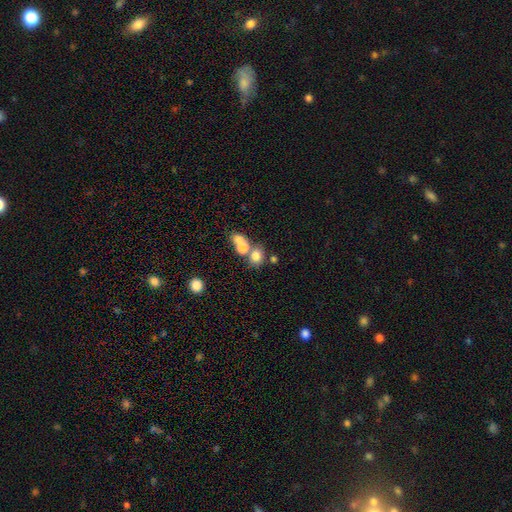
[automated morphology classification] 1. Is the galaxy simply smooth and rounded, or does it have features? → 74% smooth, 14% star or artifact, 11% featured or disk.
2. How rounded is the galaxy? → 65% round, 34% in between, 1% cigar-shaped.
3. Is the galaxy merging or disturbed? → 45% none, 42% merger, 8% minor disturbance, 5% major disturbance.